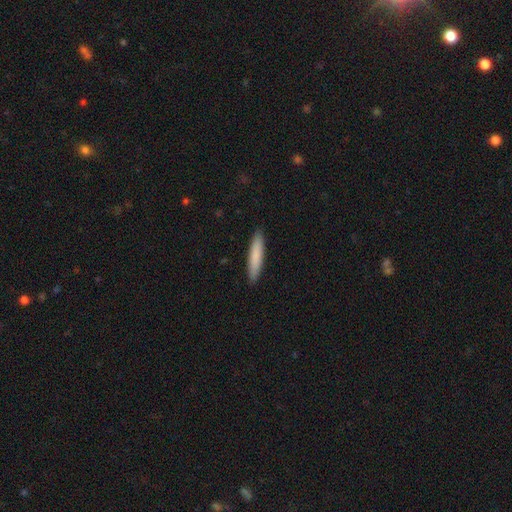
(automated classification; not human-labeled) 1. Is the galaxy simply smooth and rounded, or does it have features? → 83% smooth, 12% featured or disk, 5% star or artifact.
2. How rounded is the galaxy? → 88% cigar-shaped, 11% in between, 1% round.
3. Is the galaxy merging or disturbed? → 91% none, 7% minor disturbance, 1% major disturbance, 1% merger.